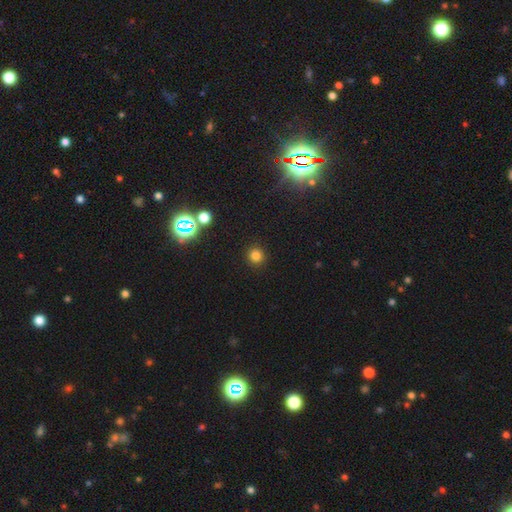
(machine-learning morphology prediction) smooth_or_featured: smooth (p=0.79) [alt: star or artifact p=0.16]
how_rounded: round (p=0.93) [alt: in between p=0.06]
merging: none (p=0.92) [alt: minor disturbance p=0.05]